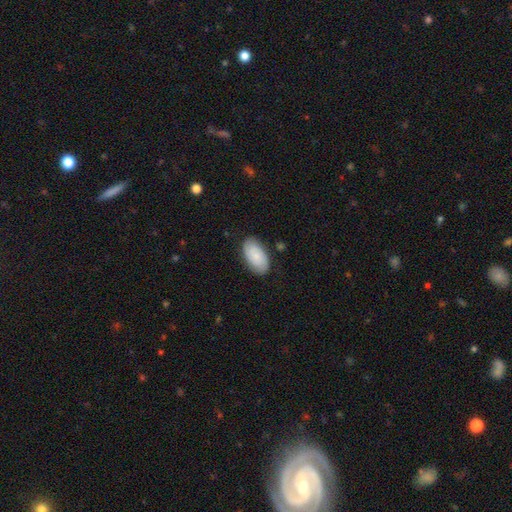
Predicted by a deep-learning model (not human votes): The model was most divided on "smooth or featured": smooth: 69%, featured or disk: 24%, star or artifact: 6%. More confident: how rounded — in between (95%); merging — none (82%).